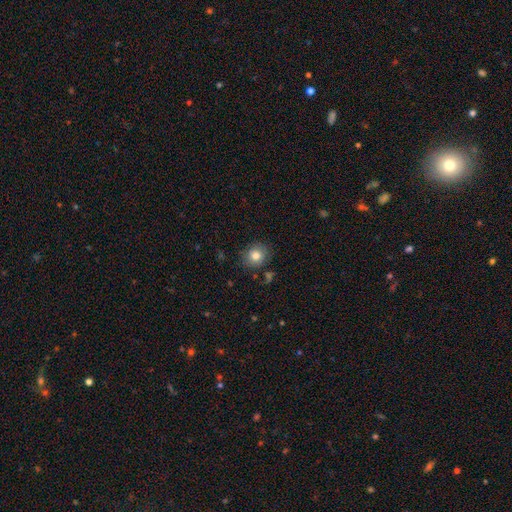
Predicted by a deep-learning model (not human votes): smooth_or_featured: smooth (p=0.80) [alt: featured or disk p=0.10]
how_rounded: round (p=0.78) [alt: in between p=0.21]
merging: none (p=0.84) [alt: minor disturbance p=0.11]